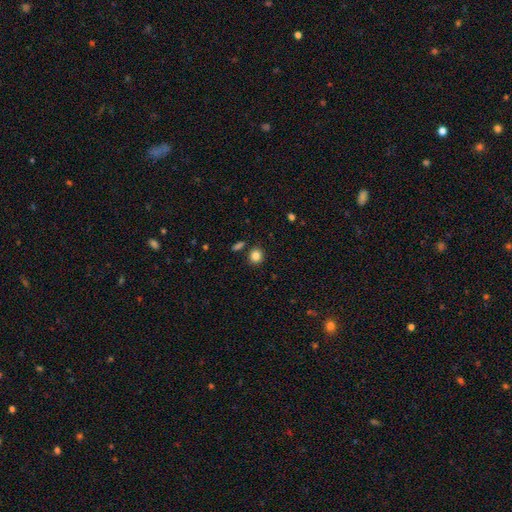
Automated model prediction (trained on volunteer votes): Smooth or featured? Predicted: smooth (p=0.85). How rounded? Predicted: round (p=0.80). Merging? Predicted: none (p=0.85).